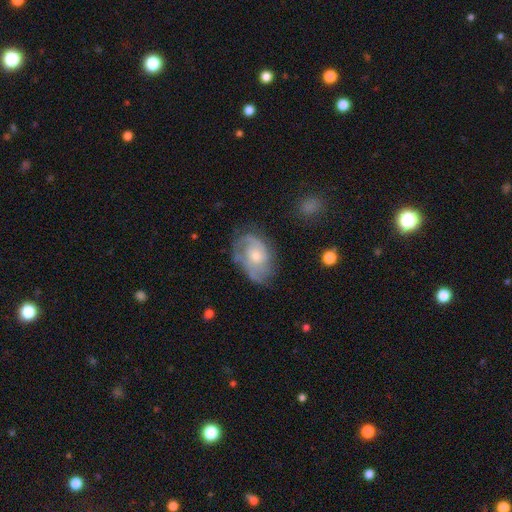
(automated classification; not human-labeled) Smooth or featured? Predicted: featured or disk (p=0.68). Edge-on disk? Predicted: no (p=0.96). Bar? Predicted: no (p=0.74). Spiral arms? Predicted: yes (p=0.84). Spiral winding? Predicted: tight (p=0.44). Spiral arm count? Predicted: 2 (p=0.38). Bulge size? Predicted: moderate (p=0.53). Merging? Predicted: none (p=0.61).